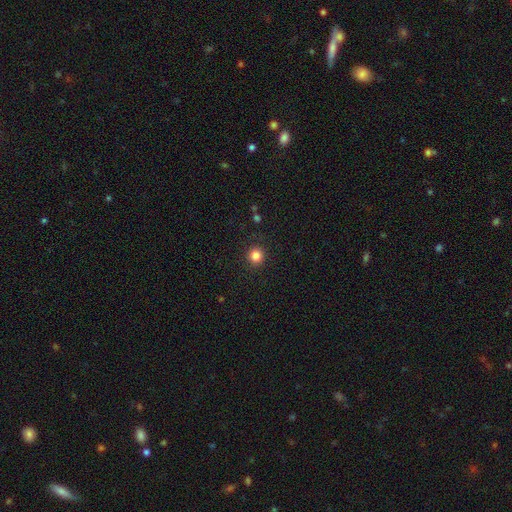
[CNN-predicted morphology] The model was most divided on "smooth or featured": smooth: 84%, star or artifact: 12%, featured or disk: 4%. More confident: how rounded — round (93%); merging — none (91%).